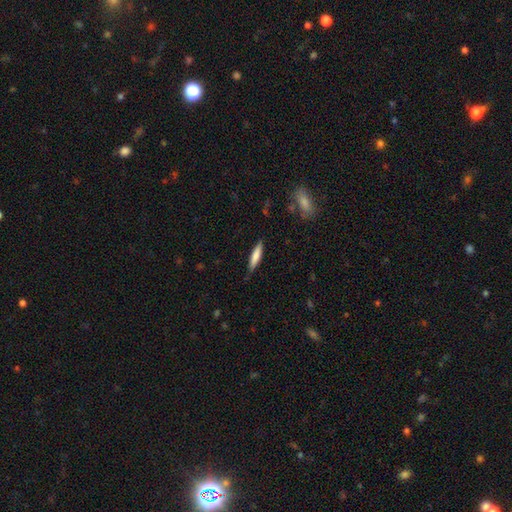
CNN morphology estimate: Overall: smooth (76%). How rounded: cigar-shaped (83%). Merging: none (81%).